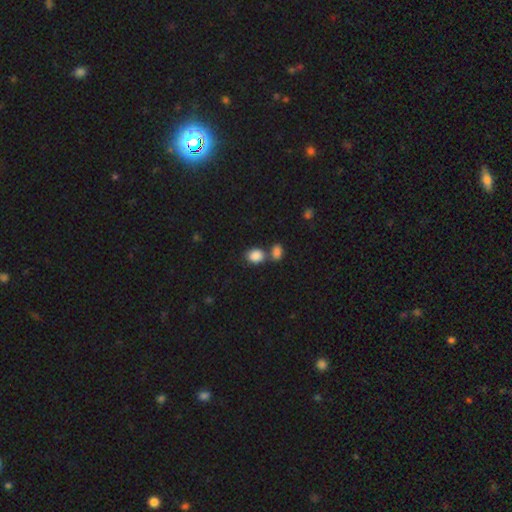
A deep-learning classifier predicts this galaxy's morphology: This appears to be a smooth galaxy with no disk features (87%) that is in between round and cigar-shaped (57%). Merging: none (49%).